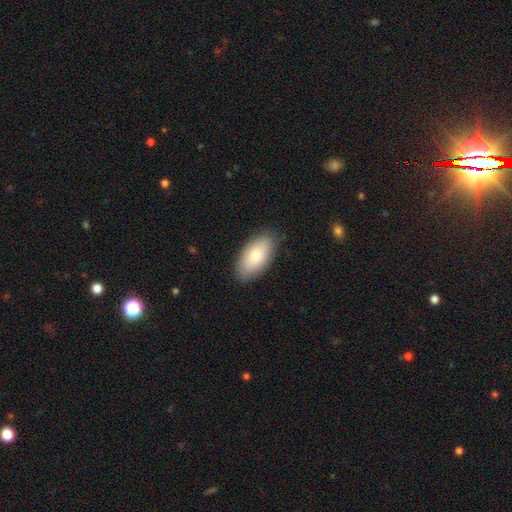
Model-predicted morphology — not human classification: The model was most divided on "smooth or featured": smooth: 80%, featured or disk: 14%, star or artifact: 6%. More confident: how rounded — in between (94%); merging — none (84%).